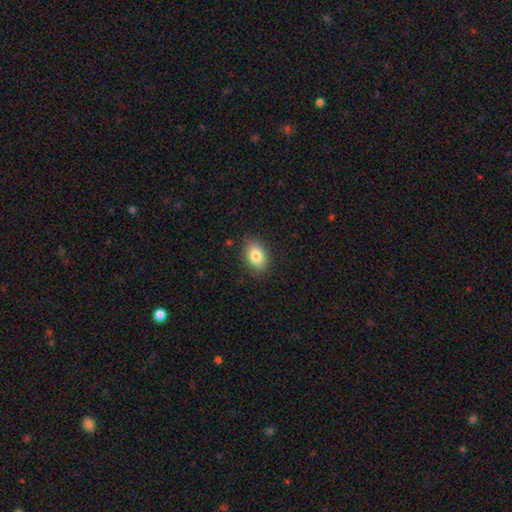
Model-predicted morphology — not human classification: Smooth or featured? Predicted: smooth (p=0.83). How rounded? Predicted: in between (p=0.84). Merging? Predicted: none (p=0.86).